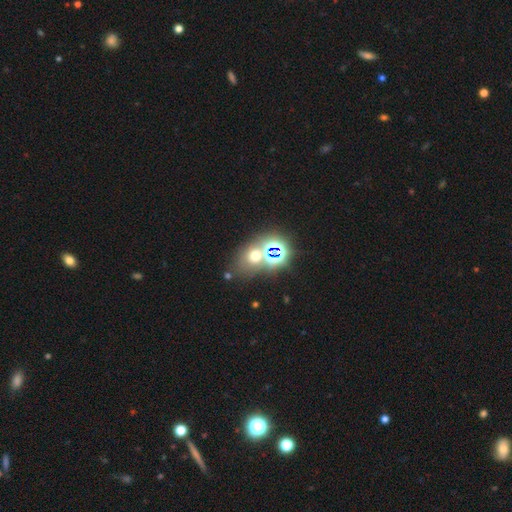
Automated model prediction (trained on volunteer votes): Smooth or featured? Predicted: smooth (p=0.49). Merging? Predicted: none (p=0.56).